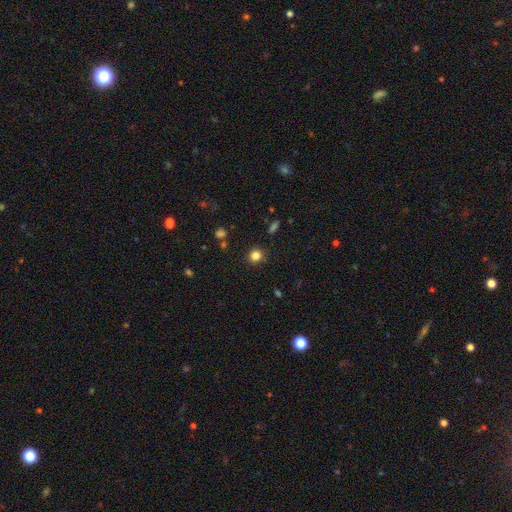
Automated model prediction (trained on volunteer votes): Smooth or featured: smooth — 83% (star or artifact — 13%)
How rounded: round — 89% (in between — 10%)
Merging: none — 90% (minor disturbance — 7%)